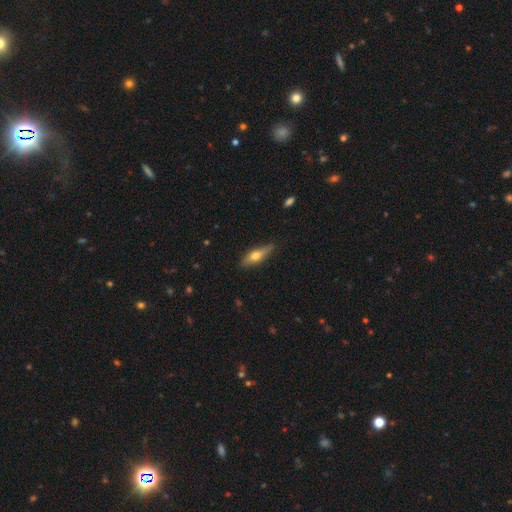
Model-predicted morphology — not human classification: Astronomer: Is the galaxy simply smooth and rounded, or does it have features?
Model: smooth — 48% (runner-up: featured or disk, 46%).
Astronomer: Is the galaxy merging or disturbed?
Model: none — 84%.